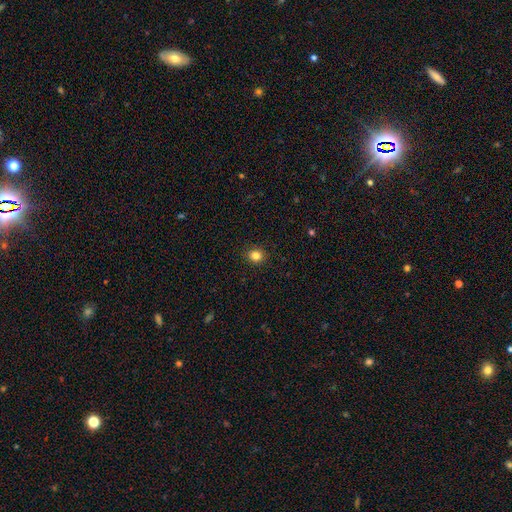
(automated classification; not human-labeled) Smooth or featured?
  - smooth: 84% *
  - star or artifact: 12%
  - featured or disk: 5%
How rounded?
  - round: 82% *
  - in between: 17%
  - cigar-shaped: 1%
Merging?
  - none: 90% *
  - minor disturbance: 7%
  - major disturbance: 2%
  - merger: 1%